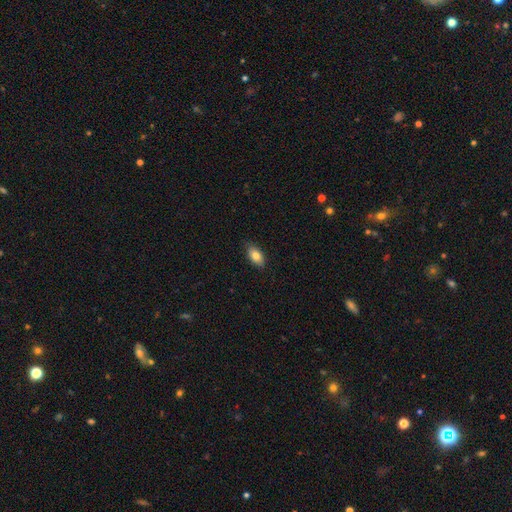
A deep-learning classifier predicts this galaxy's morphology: Smooth or featured?
  - smooth: 81% *
  - featured or disk: 11%
  - star or artifact: 7%
How rounded?
  - in between: 90% *
  - round: 5%
  - cigar-shaped: 5%
Merging?
  - none: 84% *
  - minor disturbance: 13%
  - major disturbance: 2%
  - merger: 1%